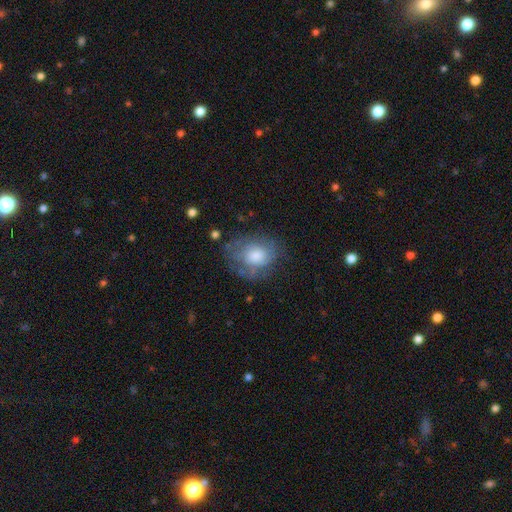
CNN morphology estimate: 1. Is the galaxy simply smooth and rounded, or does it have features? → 56% smooth, 35% featured or disk, 9% star or artifact.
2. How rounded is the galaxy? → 51% in between, 48% round, 1% cigar-shaped.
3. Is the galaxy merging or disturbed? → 60% none, 24% minor disturbance, 14% major disturbance, 2% merger.